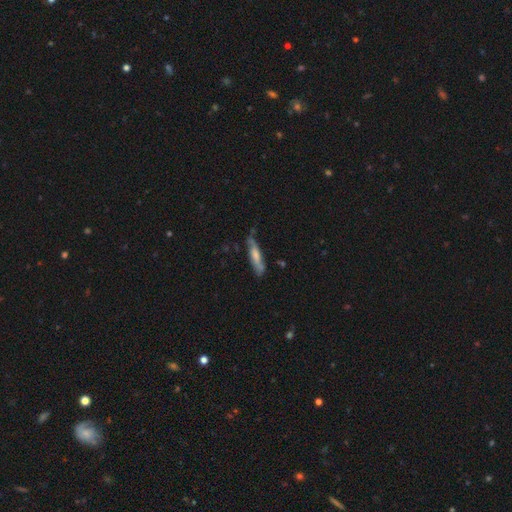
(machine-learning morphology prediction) Smooth or featured?
  - smooth: 53% *
  - featured or disk: 41%
  - star or artifact: 6%
How rounded?
  - cigar-shaped: 79% *
  - in between: 19%
  - round: 2%
Merging?
  - none: 64% *
  - minor disturbance: 26%
  - major disturbance: 7%
  - merger: 4%